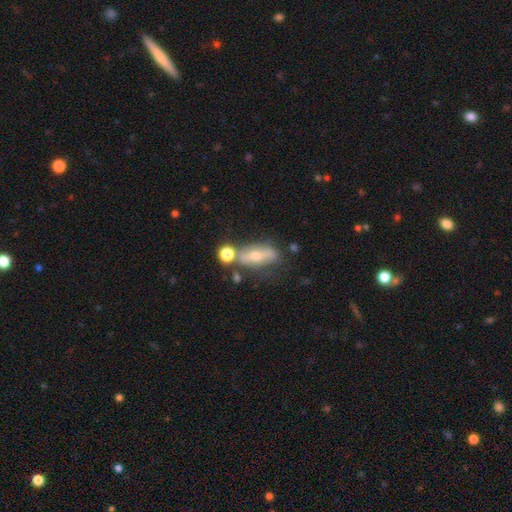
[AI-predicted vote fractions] Smooth or featured? Predicted: featured or disk (p=0.50). Merging? Predicted: none (p=0.53).